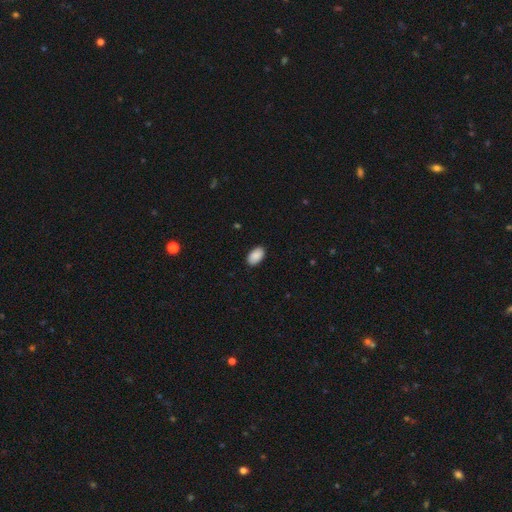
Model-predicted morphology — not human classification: Smooth or featured? Predicted: smooth (p=0.90). How rounded? Predicted: in between (p=0.95). Merging? Predicted: none (p=0.89).